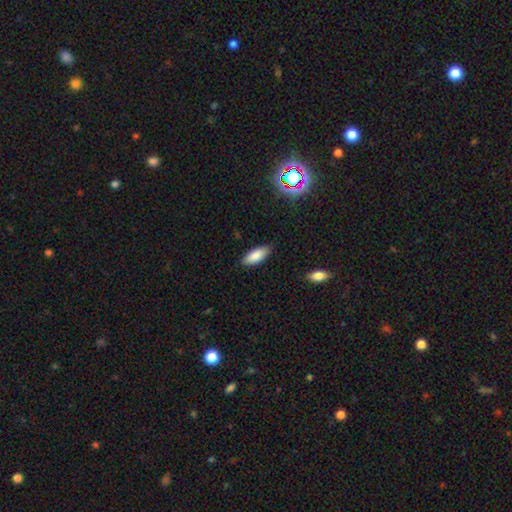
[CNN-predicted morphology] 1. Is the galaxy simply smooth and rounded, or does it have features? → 85% smooth, 7% featured or disk, 7% star or artifact.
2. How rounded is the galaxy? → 81% in between, 18% cigar-shaped, 2% round.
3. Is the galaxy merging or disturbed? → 84% none, 12% minor disturbance, 2% major disturbance, 1% merger.